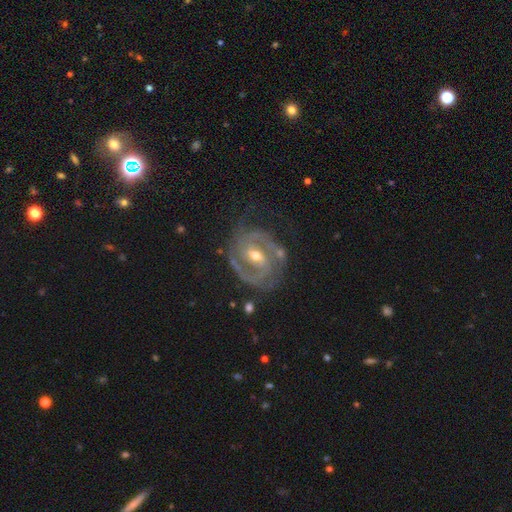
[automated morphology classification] A featured or disk galaxy (91%) with a weak bar (49%), 2 (67%) tight (58%) spiral arms (97%) and a moderate central bulge (61%).

Vote fractions:
- Smooth or featured? featured or disk: 91% / star or artifact: 5% / smooth: 4%
- Edge-on disk? no: 97% / yes: 3%
- Bar? weak: 49% / strong: 27% / no: 24%
- Spiral arms? yes: 97% / no: 3%
- Spiral winding? tight: 58% / medium: 36% / loose: 6%
- Spiral arm count? 2: 67% / 3: 15% / can't tell: 9% / 1: 3% / 4: 3% / more than 4: 3%
- Bulge size? moderate: 61% / small: 35% / large: 2% / none: 1% / dominant: 1%
- Merging? none: 70% / minor disturbance: 19% / major disturbance: 8% / merger: 3%